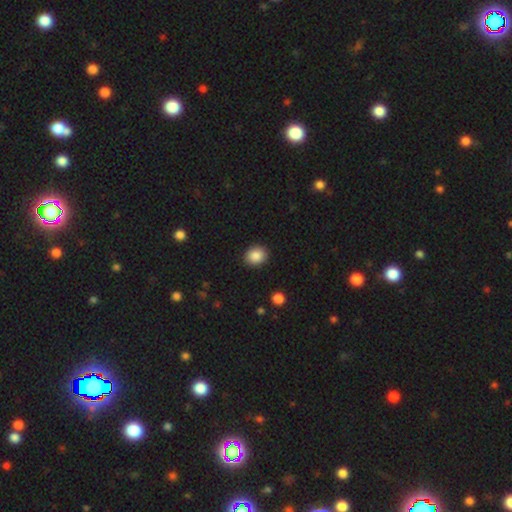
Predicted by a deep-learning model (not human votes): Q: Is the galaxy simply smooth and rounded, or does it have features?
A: smooth — 87%.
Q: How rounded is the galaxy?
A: round — 65%.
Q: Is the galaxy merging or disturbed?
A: none — 90%.